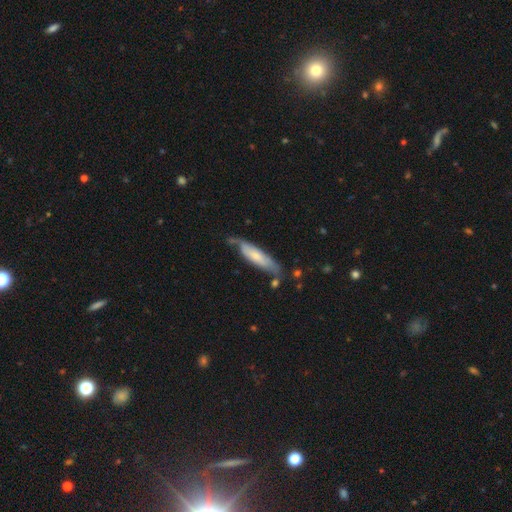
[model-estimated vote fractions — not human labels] Smooth or featured: smooth — 51% (featured or disk — 44%)
How rounded: cigar-shaped — 68% (in between — 30%)
Merging: none — 58% (minor disturbance — 28%)